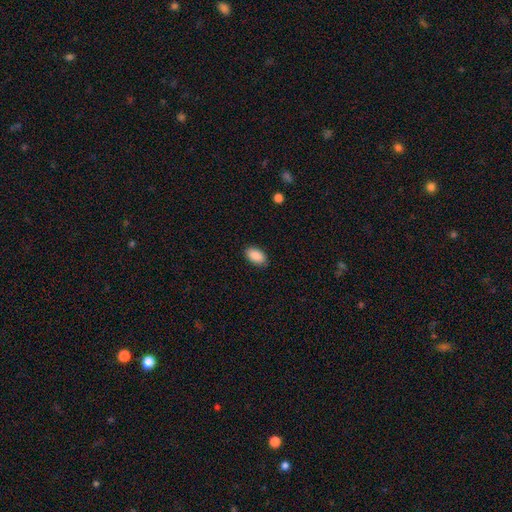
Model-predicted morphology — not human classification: smooth 90%, star or artifact 7%, featured or disk 3%. Down the decision tree: how rounded — in between (94%); merging — none (88%).